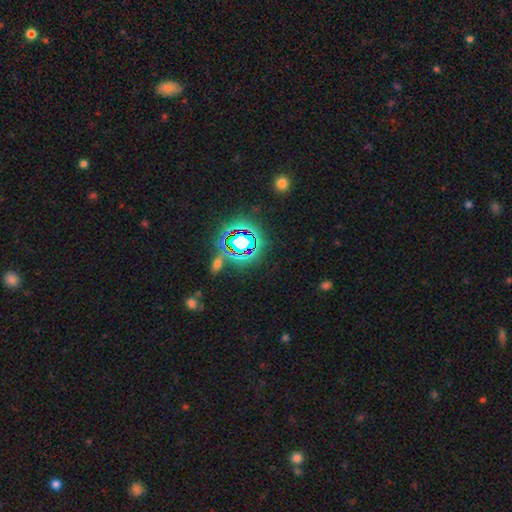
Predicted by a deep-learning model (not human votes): Smooth or featured: star or artifact — 75% (smooth — 17%)